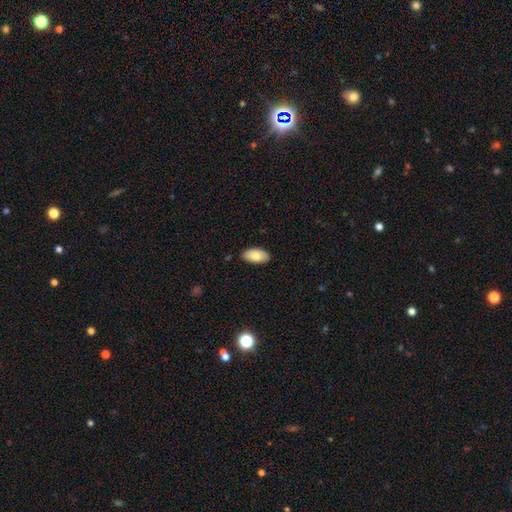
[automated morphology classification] smooth_or_featured: smooth (p=0.77) [alt: featured or disk p=0.16]
how_rounded: in between (p=0.95) [alt: round p=0.03]
merging: none (p=0.85) [alt: minor disturbance p=0.12]